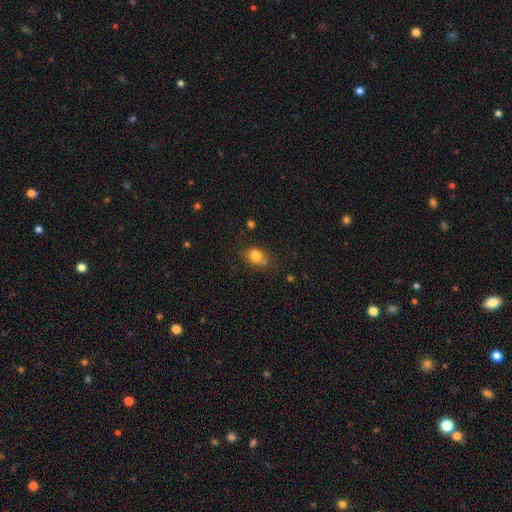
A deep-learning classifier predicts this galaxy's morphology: A smooth galaxy with no disk features (78%) that is in between round and cigar-shaped (58%).

Vote fractions:
- Smooth or featured? smooth: 78% / star or artifact: 11% / featured or disk: 10%
- How rounded? in between: 58% / round: 41% / cigar-shaped: 1%
- Merging? none: 46% / minor disturbance: 25% / merger: 19% / major disturbance: 9%